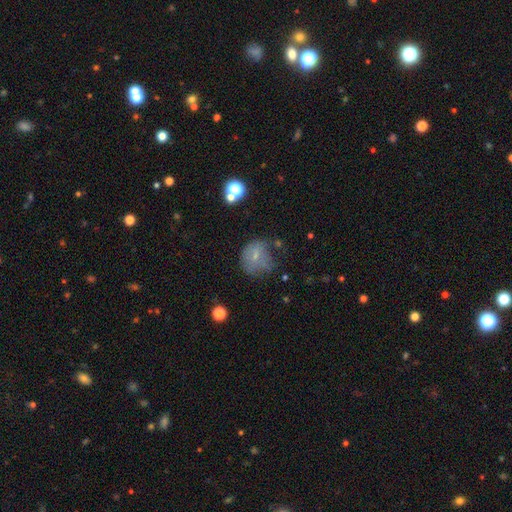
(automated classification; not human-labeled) Smooth or featured: smooth — 62% (featured or disk — 23%)
How rounded: round — 68% (in between — 31%)
Merging: none — 43% (minor disturbance — 29%)